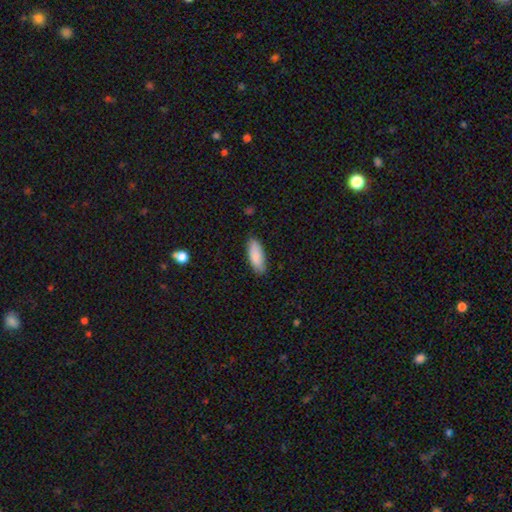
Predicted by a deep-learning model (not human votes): smooth_or_featured: smooth (p=0.88) [alt: featured or disk p=0.06]
how_rounded: in between (p=0.75) [alt: cigar-shaped p=0.24]
merging: none (p=0.85) [alt: minor disturbance p=0.12]